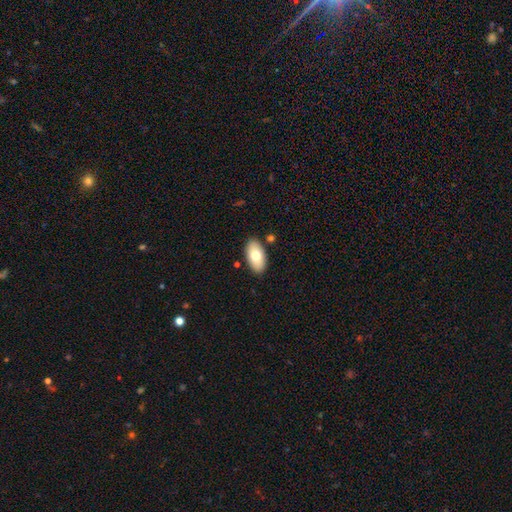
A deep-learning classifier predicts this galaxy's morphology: smooth-or-featured: smooth: 75% | featured or disk: 19% | star or artifact: 6%
  how-rounded: in between: 95% | round: 3% | cigar-shaped: 2%
  merging: none: 86% | minor disturbance: 9% | merger: 3% | major disturbance: 2%